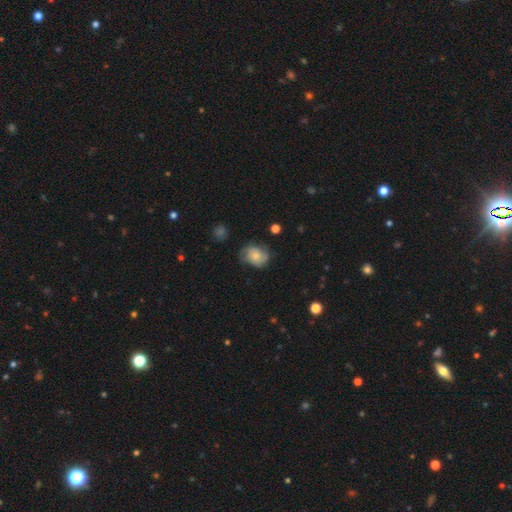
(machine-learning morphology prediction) smooth 56%, featured or disk 35%, star or artifact 9%. Down the decision tree: how rounded — round (50%); merging — none (60%).